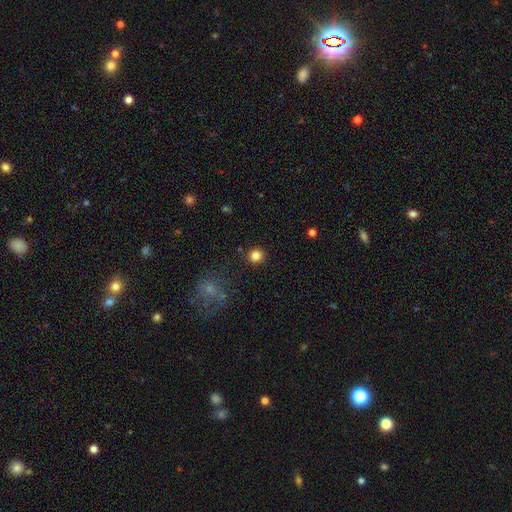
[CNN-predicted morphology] Overall: smooth (84%). How rounded: round (92%). Merging: none (90%).